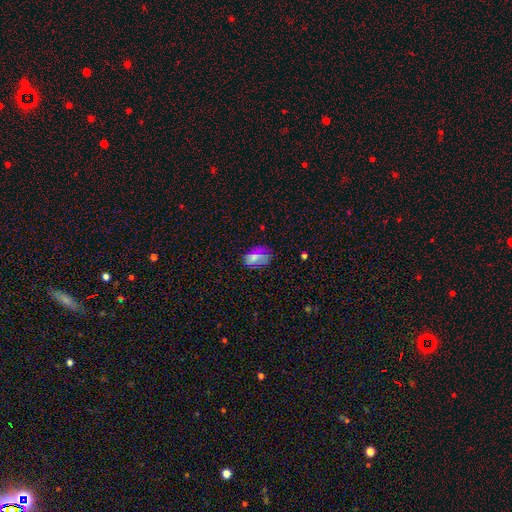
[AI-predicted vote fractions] smooth_or_featured: smooth (p=0.55) [alt: star or artifact p=0.29]
how_rounded: in between (p=0.78) [alt: round p=0.19]
merging: none (p=0.68) [alt: minor disturbance p=0.21]